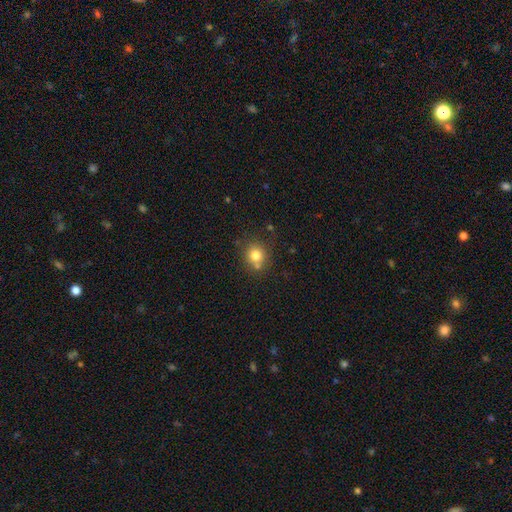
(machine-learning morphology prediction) Q: Smooth or featured?
A: smooth (78%); runner-up: star or artifact (12%)
Q: How rounded?
A: round (83%); runner-up: in between (16%)
Q: Merging?
A: none (69%); runner-up: merger (15%)